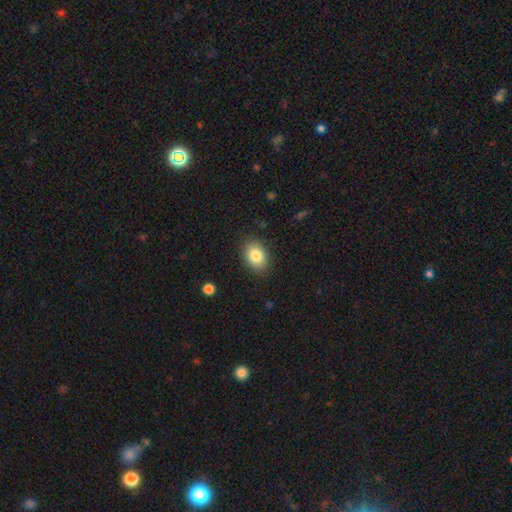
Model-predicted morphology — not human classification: smooth 84%, star or artifact 8%, featured or disk 8%. Down the decision tree: how rounded — in between (69%); merging — none (87%).